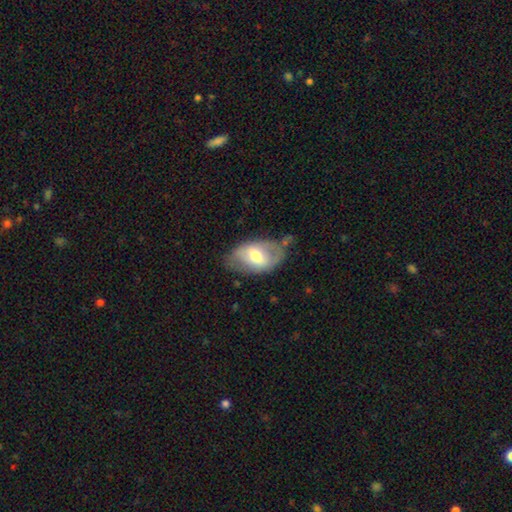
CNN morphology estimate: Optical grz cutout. It shows a smooth galaxy with no disk features (48%). Merging: none (56%).